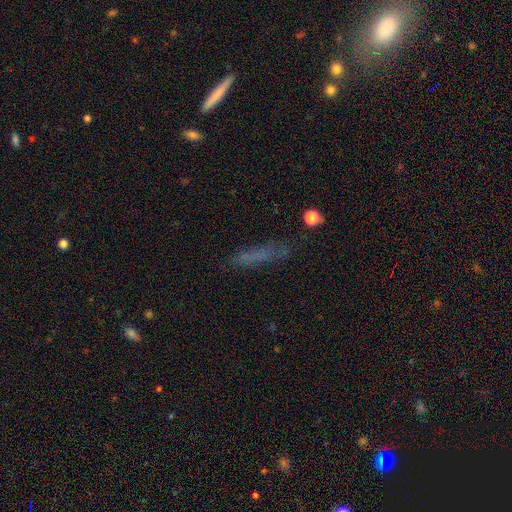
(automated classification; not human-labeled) Smooth or featured? Predicted: smooth (p=0.61). How rounded? Predicted: cigar-shaped (p=0.83). Merging? Predicted: none (p=0.68).